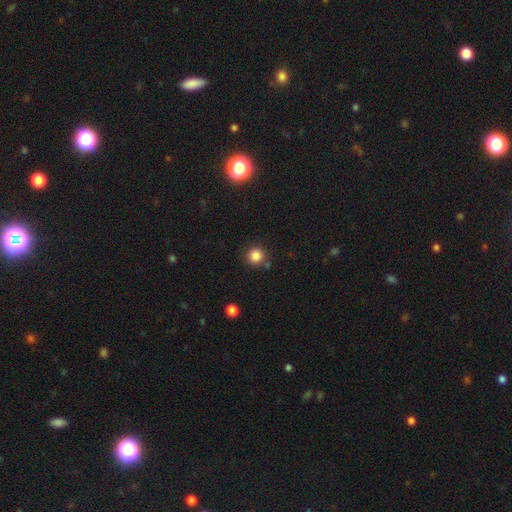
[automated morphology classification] Smooth or featured?
  - smooth: 85% *
  - star or artifact: 12%
  - featured or disk: 4%
How rounded?
  - round: 94% *
  - in between: 5%
  - cigar-shaped: 1%
Merging?
  - none: 83% *
  - minor disturbance: 8%
  - merger: 5%
  - major disturbance: 3%